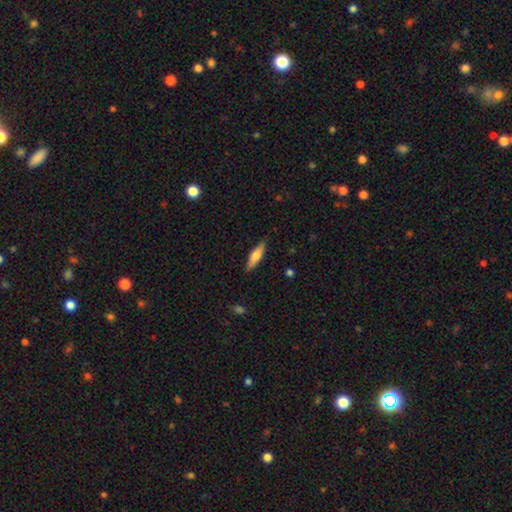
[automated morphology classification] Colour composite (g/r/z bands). It shows a smooth galaxy with no disk features (61%) that is cigar-shaped (63%). Merging: none (87%).